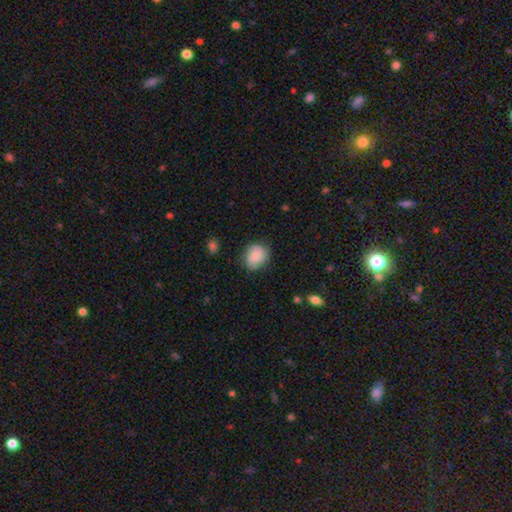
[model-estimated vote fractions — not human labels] The model was most divided on "how rounded": round: 60%, in between: 39%, cigar-shaped: 1%. More confident: smooth or featured — smooth (83%); merging — none (72%).